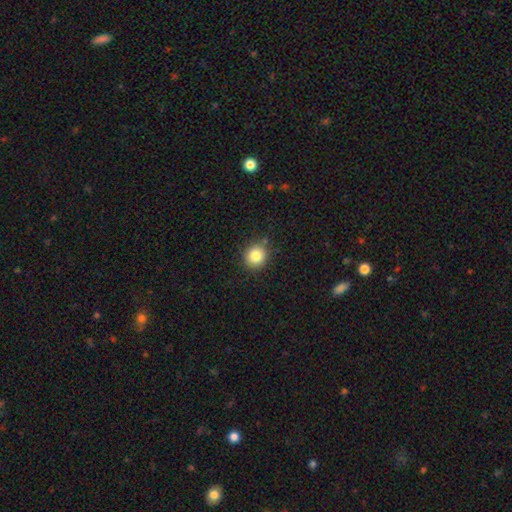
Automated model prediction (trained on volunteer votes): smooth-or-featured: smooth: 83% | star or artifact: 11% | featured or disk: 7%
  how-rounded: round: 88% | in between: 11% | cigar-shaped: 1%
  merging: none: 87% | minor disturbance: 9% | major disturbance: 2% | merger: 2%